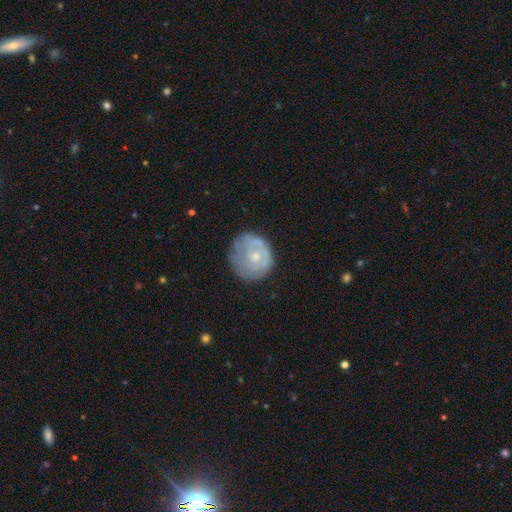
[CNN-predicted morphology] A smooth galaxy with no disk features (47%).

Vote fractions:
- Smooth or featured? smooth: 47% / featured or disk: 46% / star or artifact: 7%
- Merging? none: 62% / minor disturbance: 25% / major disturbance: 11% / merger: 2%